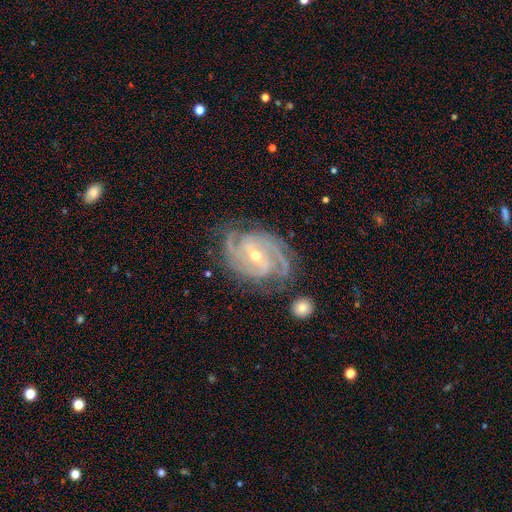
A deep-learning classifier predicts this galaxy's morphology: Q: Smooth or featured?
A: featured or disk (92%); runner-up: star or artifact (5%)
Q: Edge-on disk?
A: no (97%); runner-up: yes (3%)
Q: Bar?
A: weak (44%); runner-up: strong (31%)
Q: Spiral arms?
A: yes (98%); runner-up: no (2%)
Q: Spiral winding?
A: tight (61%); runner-up: medium (34%)
Q: Spiral arm count?
A: 3 (39%); runner-up: 2 (20%)
Q: Bulge size?
A: small (56%); runner-up: moderate (42%)
Q: Merging?
A: none (74%); runner-up: minor disturbance (17%)